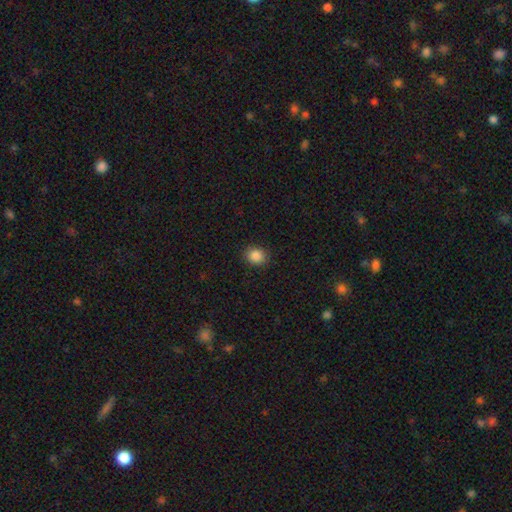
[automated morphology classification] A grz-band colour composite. It shows a smooth galaxy with no disk features (87%) that is round (63%). Merging: none (90%).